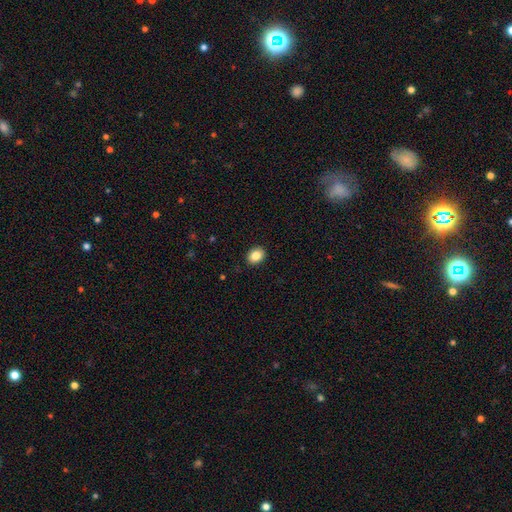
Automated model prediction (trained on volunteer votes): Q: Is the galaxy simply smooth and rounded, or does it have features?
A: smooth — 85%.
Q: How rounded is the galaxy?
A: in between — 54%.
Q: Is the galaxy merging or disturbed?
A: none — 91%.